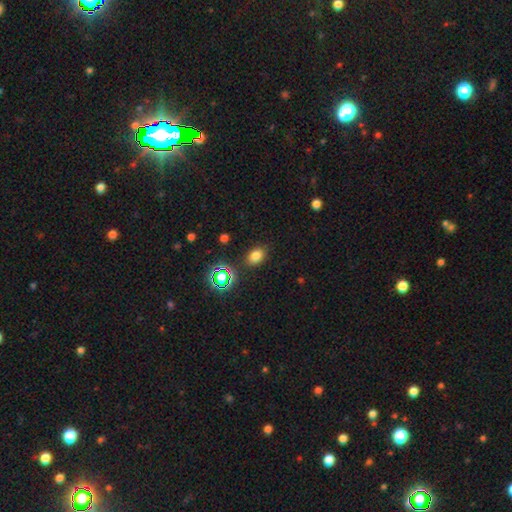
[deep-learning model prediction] Smooth or featured?
  - smooth: 76% *
  - star or artifact: 18%
  - featured or disk: 6%
How rounded?
  - in between: 75% *
  - round: 24%
  - cigar-shaped: 1%
Merging?
  - none: 84% *
  - minor disturbance: 10%
  - major disturbance: 3%
  - merger: 3%